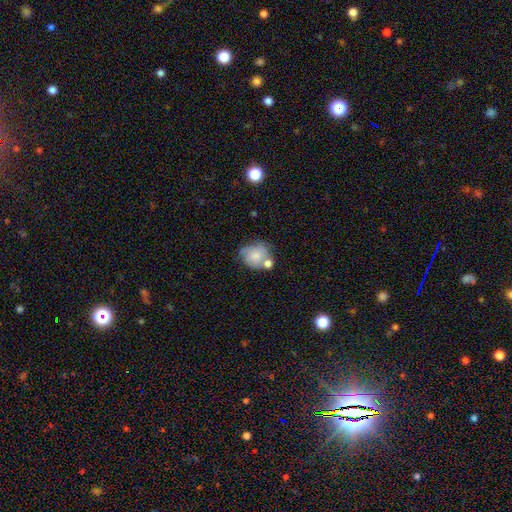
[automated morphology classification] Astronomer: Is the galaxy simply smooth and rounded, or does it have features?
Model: smooth — 64%.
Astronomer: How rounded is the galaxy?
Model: round — 66%.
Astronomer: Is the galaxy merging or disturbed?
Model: none — 42% (runner-up: merger, 27%).